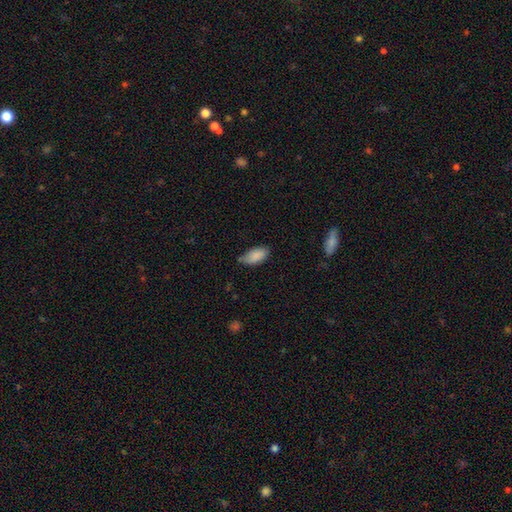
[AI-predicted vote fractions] This appears to be a smooth galaxy with no disk features (87%) that is in between round and cigar-shaped (93%). Merging: none (59%).